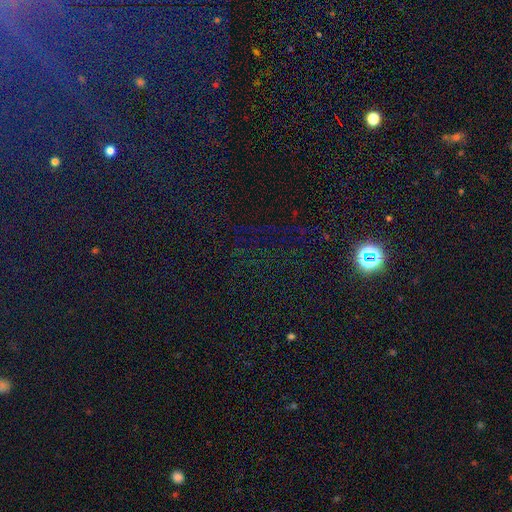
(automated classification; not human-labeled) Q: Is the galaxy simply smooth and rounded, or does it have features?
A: star or artifact — 80%.